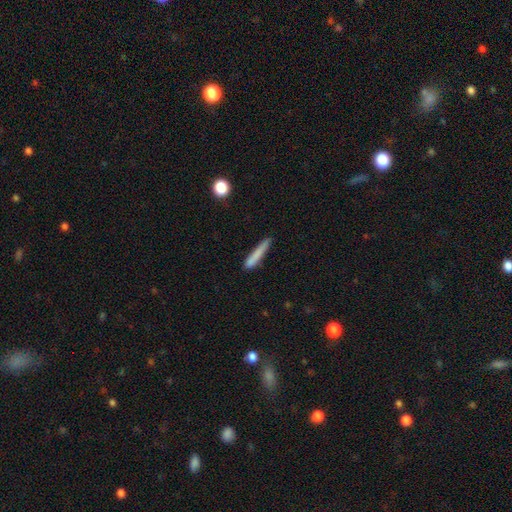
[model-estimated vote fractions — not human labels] smooth 78%, featured or disk 15%, star or artifact 7%. Down the decision tree: how rounded — cigar-shaped (94%); merging — none (78%).